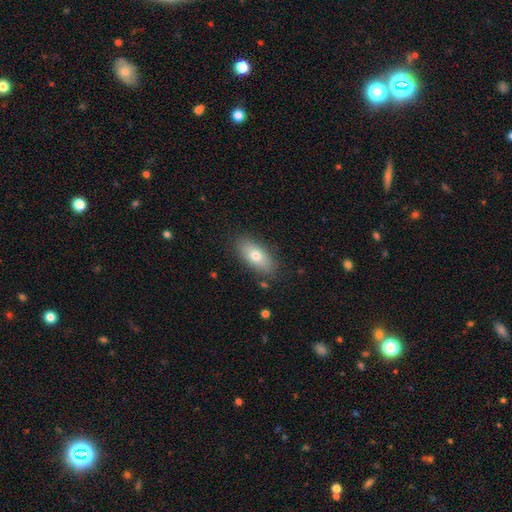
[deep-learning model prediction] smooth-or-featured: smooth: 74% | featured or disk: 19% | star or artifact: 7%
  how-rounded: in between: 85% | cigar-shaped: 11% | round: 4%
  merging: none: 84% | minor disturbance: 12% | major disturbance: 3% | merger: 2%